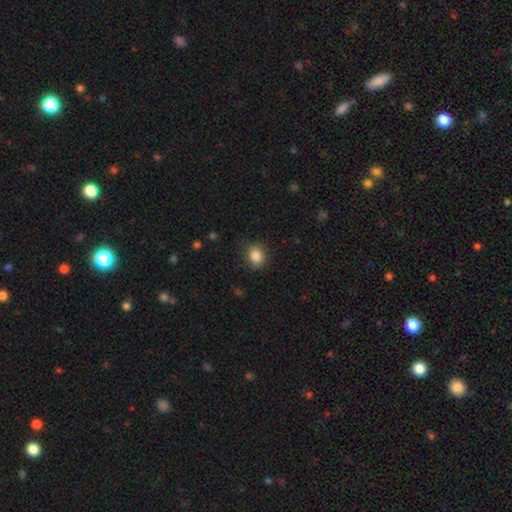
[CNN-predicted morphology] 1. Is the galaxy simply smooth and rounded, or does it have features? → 85% smooth, 10% star or artifact, 5% featured or disk.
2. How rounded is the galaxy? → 66% round, 33% in between, 1% cigar-shaped.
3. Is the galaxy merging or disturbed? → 85% none, 11% minor disturbance, 3% major disturbance, 1% merger.